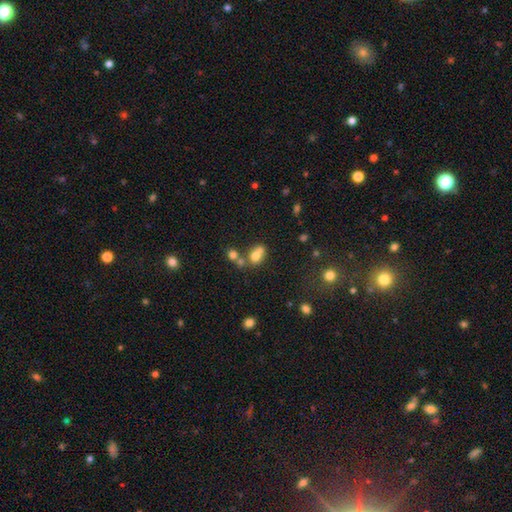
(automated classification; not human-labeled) Morphology: type=smooth (69%); roundness=round (56%); merging=merger (52%).